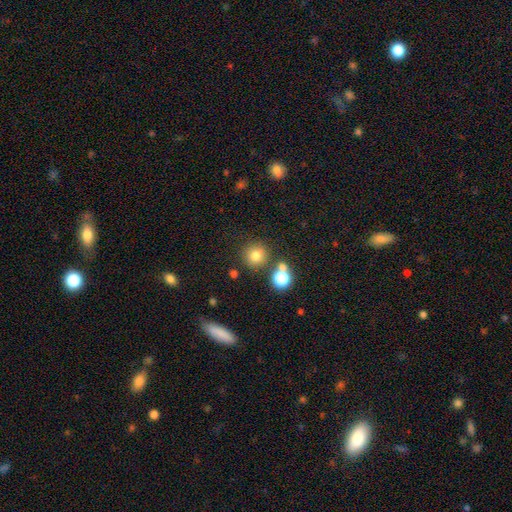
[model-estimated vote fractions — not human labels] Smooth or featured? smooth (76%)
How rounded? round (94%)
Merging? none (79%)